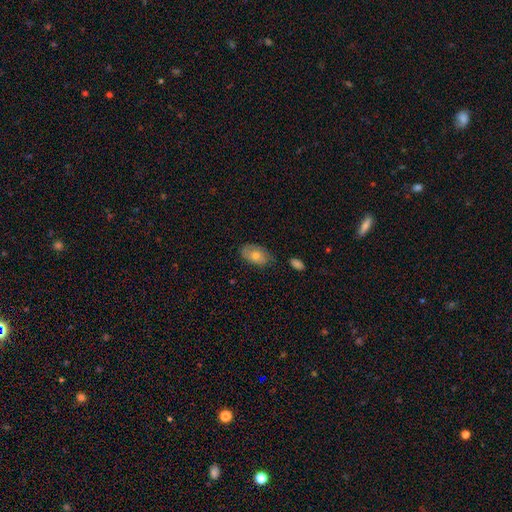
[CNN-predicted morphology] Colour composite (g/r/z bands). It shows a smooth galaxy with no disk features (62%) that is in between round and cigar-shaped (89%). Merging: none (70%).